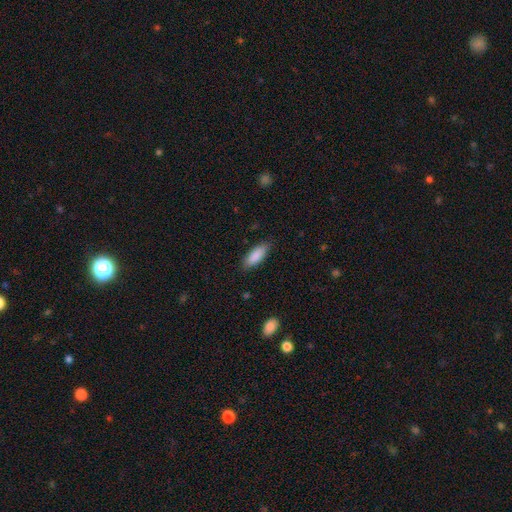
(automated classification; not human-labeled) smooth 88%, featured or disk 6%, star or artifact 6%. Down the decision tree: how rounded — in between (67%); merging — none (85%).